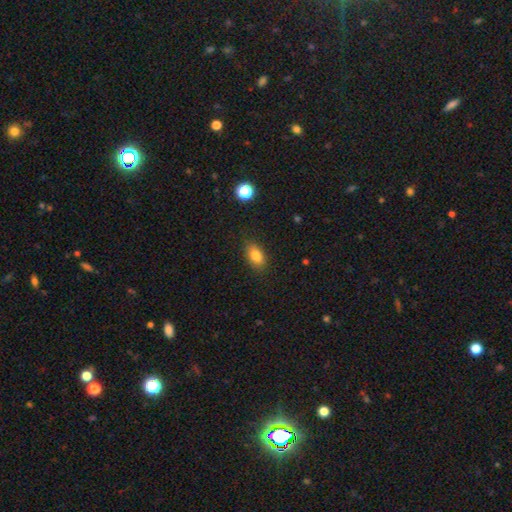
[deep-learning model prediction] Q: Smooth or featured?
A: smooth (81%); runner-up: featured or disk (10%)
Q: How rounded?
A: in between (85%); runner-up: round (10%)
Q: Merging?
A: none (85%); runner-up: minor disturbance (11%)